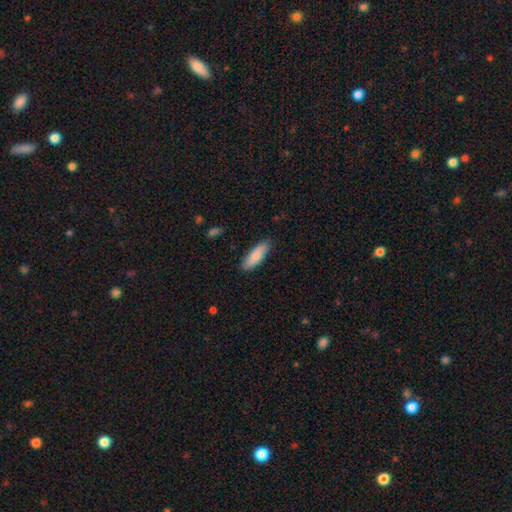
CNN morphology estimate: smooth-or-featured: smooth: 82% | featured or disk: 13% | star or artifact: 5%
  how-rounded: in between: 53% | cigar-shaped: 45% | round: 2%
  merging: none: 86% | minor disturbance: 11% | major disturbance: 2% | merger: 1%